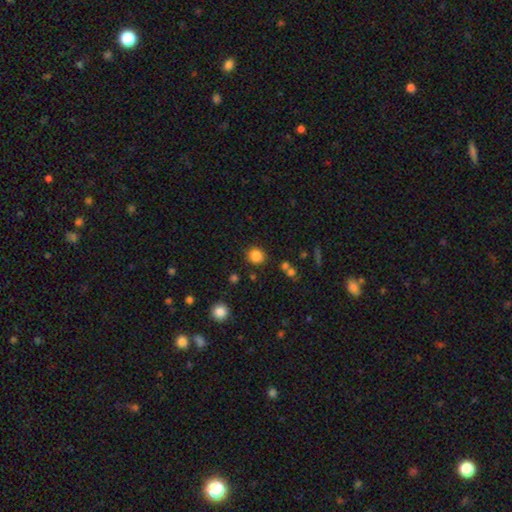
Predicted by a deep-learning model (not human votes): Smooth or featured? Predicted: smooth (p=0.84). How rounded? Predicted: round (p=0.86). Merging? Predicted: none (p=0.84).